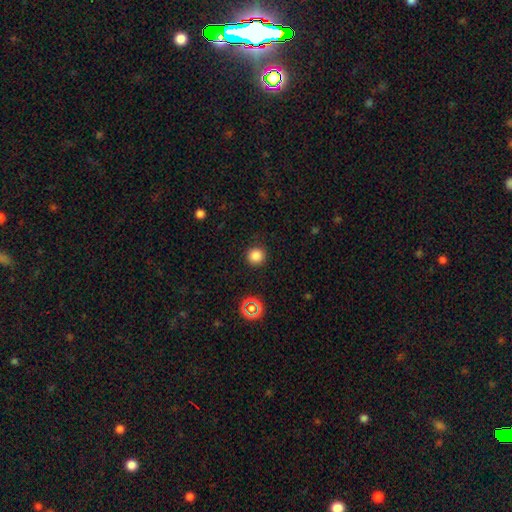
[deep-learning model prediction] A smooth galaxy with no disk features (83%) that is round (94%).

Vote fractions:
- Smooth or featured? smooth: 83% / star or artifact: 14% / featured or disk: 4%
- How rounded? round: 94% / in between: 5% / cigar-shaped: 1%
- Merging? none: 90% / minor disturbance: 6% / major disturbance: 2% / merger: 1%